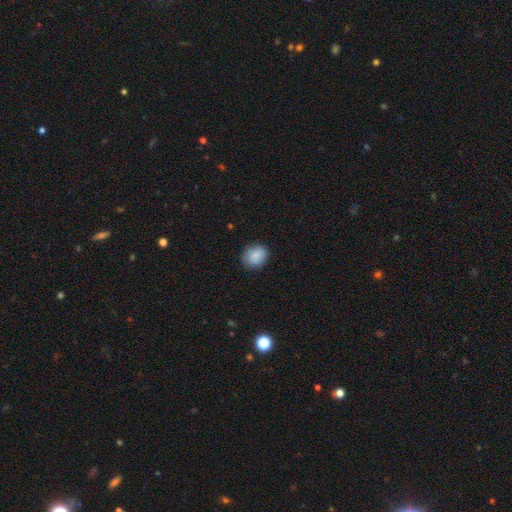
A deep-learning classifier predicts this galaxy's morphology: Overall: smooth (87%). How rounded: round (53%; in between 46%). Merging: none (81%).